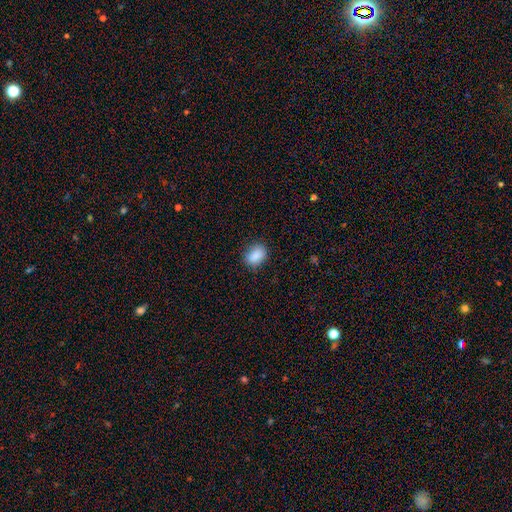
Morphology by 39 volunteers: A smooth galaxy with no disk features (90%) that is in between round and cigar-shaped (74%). Merging: none (82%).